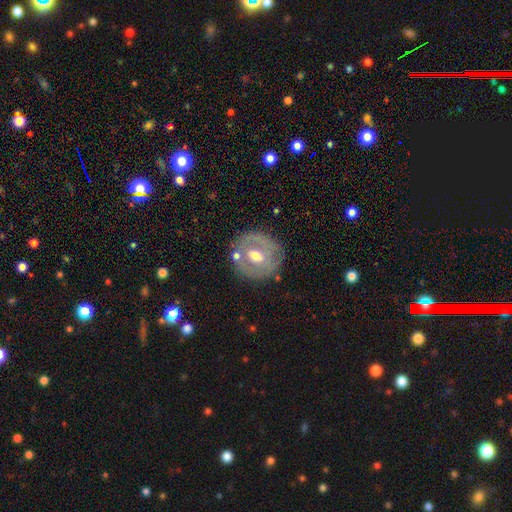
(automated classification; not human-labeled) This appears to be a featured or disk galaxy (64%) with no bar (43%), no spiral arms (58%) and a moderate central bulge (74%). Merging: none (78%).